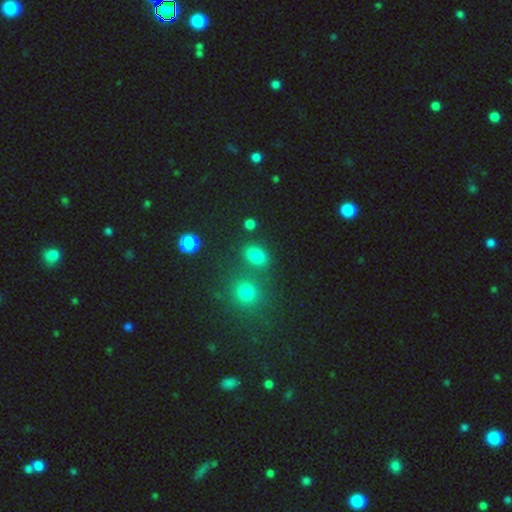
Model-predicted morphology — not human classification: A smooth galaxy with no disk features (77%) that is in between round and cigar-shaped (73%).

Vote fractions:
- Smooth or featured? smooth: 77% / star or artifact: 17% / featured or disk: 6%
- How rounded? in between: 73% / round: 25% / cigar-shaped: 2%
- Merging? none: 73% / minor disturbance: 12% / merger: 11% / major disturbance: 5%